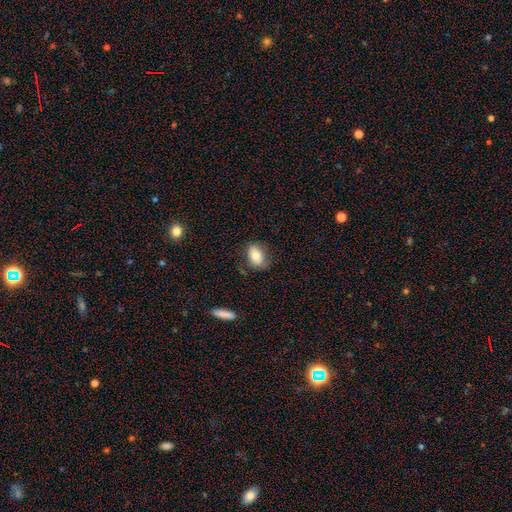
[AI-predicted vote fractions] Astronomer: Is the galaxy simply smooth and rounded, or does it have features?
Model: smooth — 74%.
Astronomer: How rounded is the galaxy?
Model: in between — 76%.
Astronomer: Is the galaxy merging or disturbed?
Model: none — 73%.